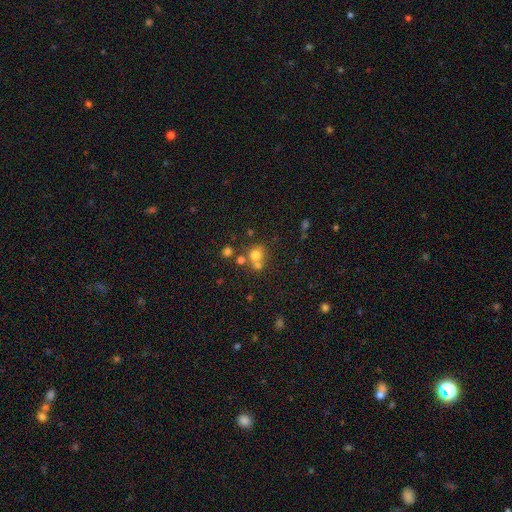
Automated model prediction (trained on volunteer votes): Smooth or featured? smooth (71%)
How rounded? round (75%)
Merging? none (47%)